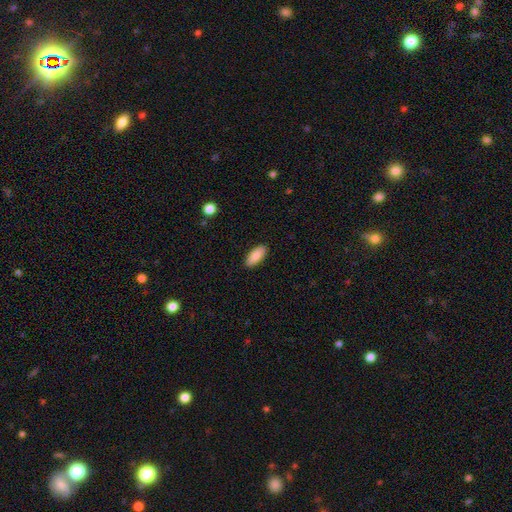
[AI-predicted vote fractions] smooth_or_featured: smooth (p=0.87) [alt: featured or disk p=0.07]
how_rounded: in between (p=0.82) [alt: cigar-shaped p=0.16]
merging: none (p=0.89) [alt: minor disturbance p=0.08]